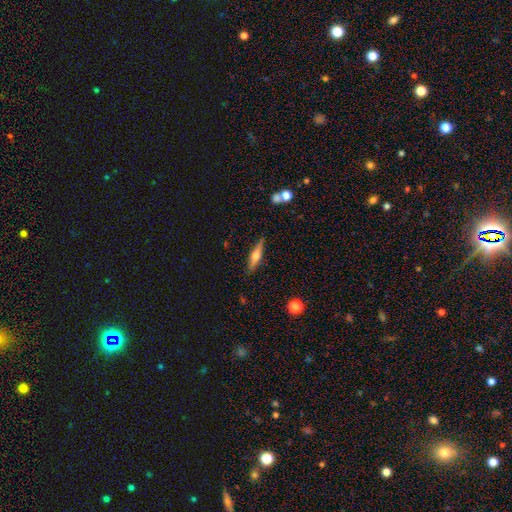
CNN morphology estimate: This is possibly a featured or disk galaxy (52%). It is clearly viewed edge-on (94%). Merging: clearly none (85%).